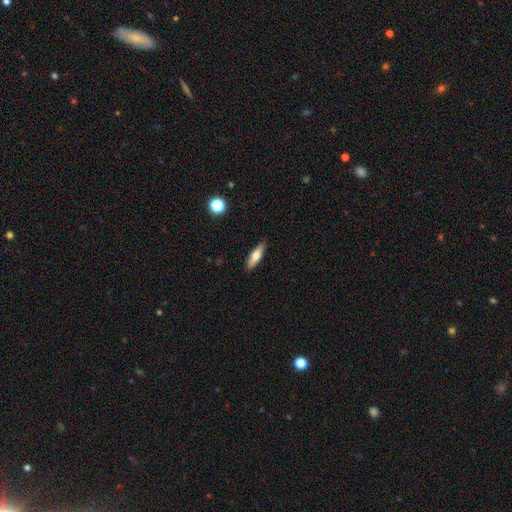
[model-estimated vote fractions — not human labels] Morphology: type=smooth (66%); roundness=cigar-shaped (57%); merging=none (89%).